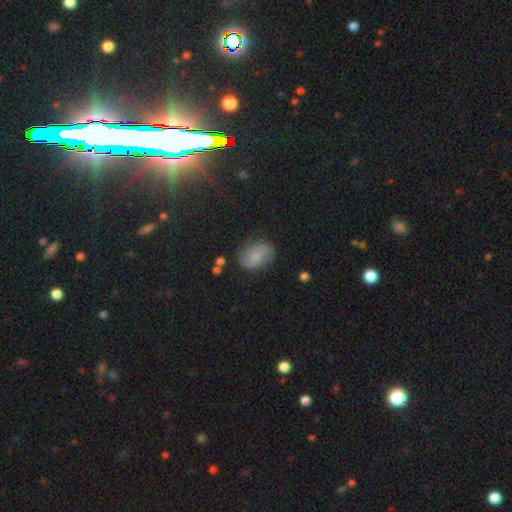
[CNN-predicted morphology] smooth-or-featured: smooth: 54% | featured or disk: 36% | star or artifact: 10%
  how-rounded: in between: 68% | round: 30% | cigar-shaped: 2%
  merging: none: 74% | minor disturbance: 18% | major disturbance: 5% | merger: 2%